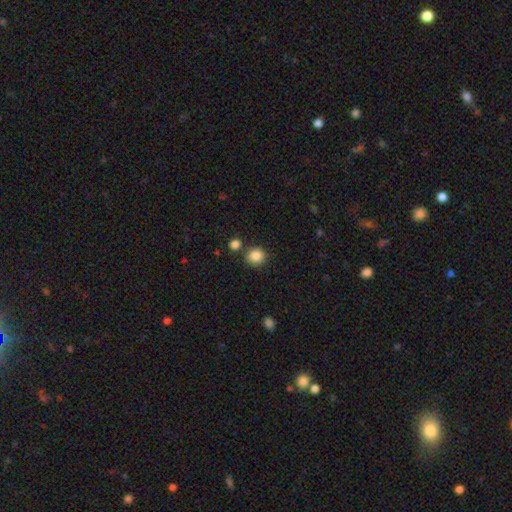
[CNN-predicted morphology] A smooth galaxy with no disk features (86%) that is round (87%).

Vote fractions:
- Smooth or featured? smooth: 86% / star or artifact: 10% / featured or disk: 4%
- How rounded? round: 87% / in between: 12% / cigar-shaped: 1%
- Merging? none: 82% / minor disturbance: 8% / merger: 8% / major disturbance: 2%